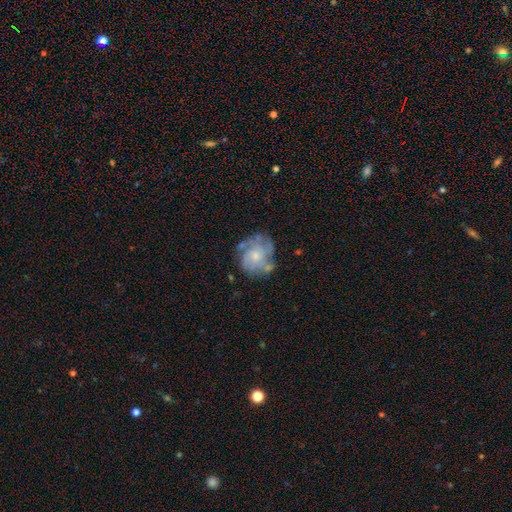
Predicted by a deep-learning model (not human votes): Overall: featured or disk (68%). Edge-on disk: no (98%). Bar: no (80%). Spiral arms: yes (77%). Spiral arm count: can't tell (45%; 3 18%). Spiral winding: tight (51%; medium 34%). Bulge size: small (52%; moderate 37%). Merging: none (60%; minor disturbance 23%).